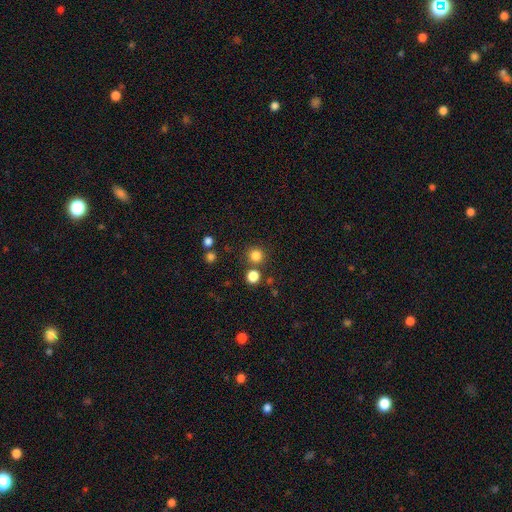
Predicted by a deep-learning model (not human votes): Smooth or featured? Predicted: smooth (p=0.81). How rounded? Predicted: round (p=0.94). Merging? Predicted: none (p=0.81).